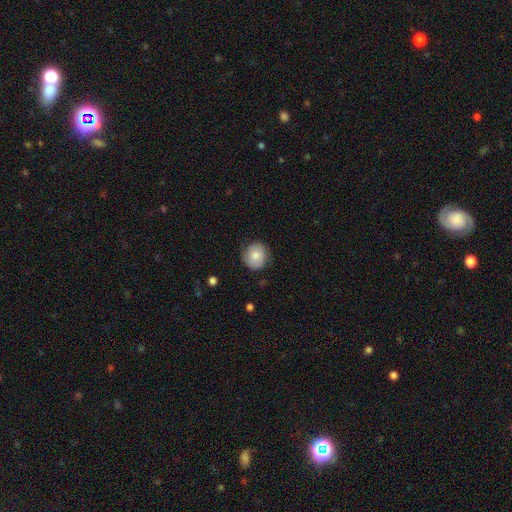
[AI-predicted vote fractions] Smooth or featured? Predicted: smooth (p=0.71). How rounded? Predicted: round (p=0.86). Merging? Predicted: none (p=0.77).